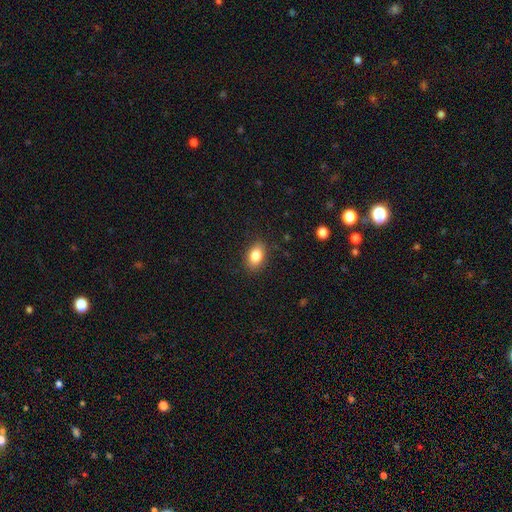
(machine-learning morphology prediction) smooth 84%, star or artifact 8%, featured or disk 8%. Down the decision tree: how rounded — in between (85%); merging — none (86%).